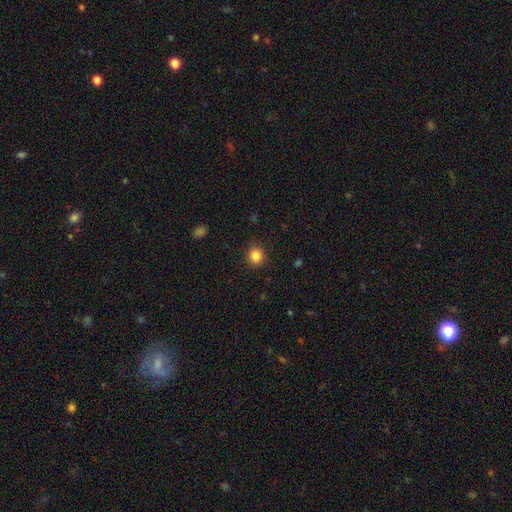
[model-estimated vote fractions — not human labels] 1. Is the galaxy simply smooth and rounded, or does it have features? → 85% smooth, 11% star or artifact, 4% featured or disk.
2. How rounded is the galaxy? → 85% round, 14% in between, 1% cigar-shaped.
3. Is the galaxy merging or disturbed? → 87% none, 9% minor disturbance, 3% major disturbance, 1% merger.